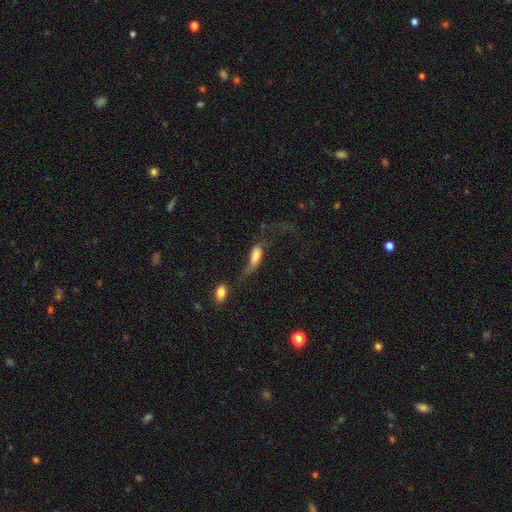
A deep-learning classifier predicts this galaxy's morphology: smooth 64%, featured or disk 27%, star or artifact 10%. Down the decision tree: how rounded — in between (65%); merging — major disturbance (50%).